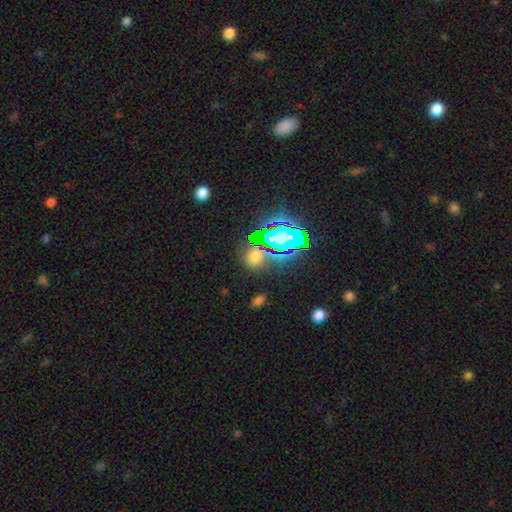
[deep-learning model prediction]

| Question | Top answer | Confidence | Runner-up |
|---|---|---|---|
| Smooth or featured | smooth | 45% | star or artifact (44%) |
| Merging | none | 74% | minor disturbance (12%) |